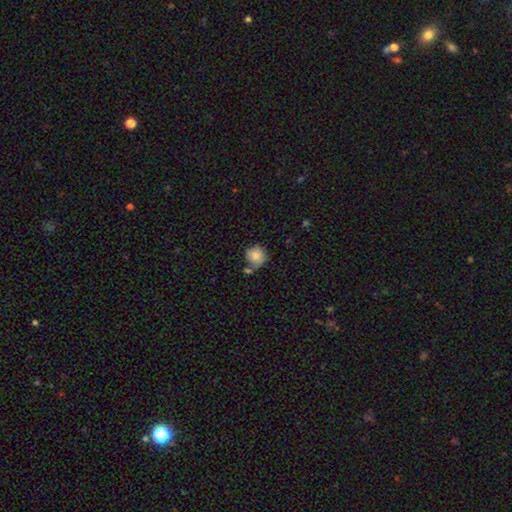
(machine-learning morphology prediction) A smooth galaxy with no disk features (83%) that is round (89%).

Vote fractions:
- Smooth or featured? smooth: 83% / featured or disk: 9% / star or artifact: 8%
- How rounded? round: 89% / in between: 10% / cigar-shaped: 1%
- Merging? none: 58% / minor disturbance: 20% / merger: 17% / major disturbance: 5%